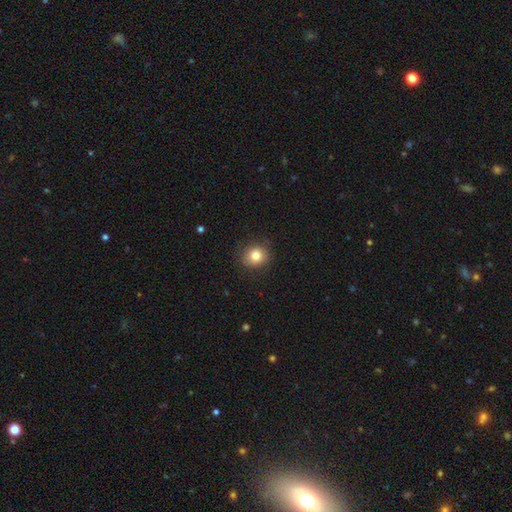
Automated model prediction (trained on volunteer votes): Smooth or featured? smooth (82%)
How rounded? round (81%)
Merging? none (85%)